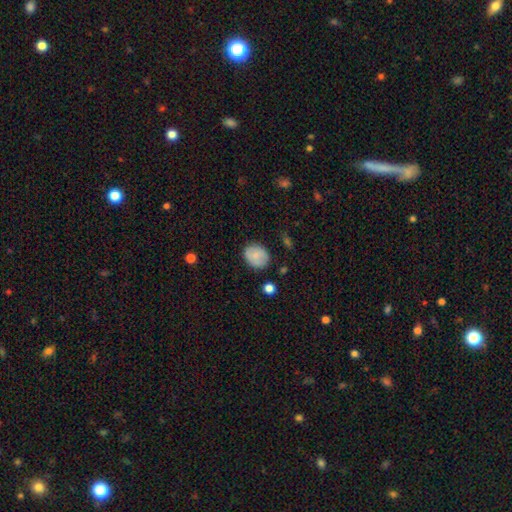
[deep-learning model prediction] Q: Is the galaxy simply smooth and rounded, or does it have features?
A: smooth — 77%.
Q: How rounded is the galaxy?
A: round — 53%.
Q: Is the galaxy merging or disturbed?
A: none — 80%.